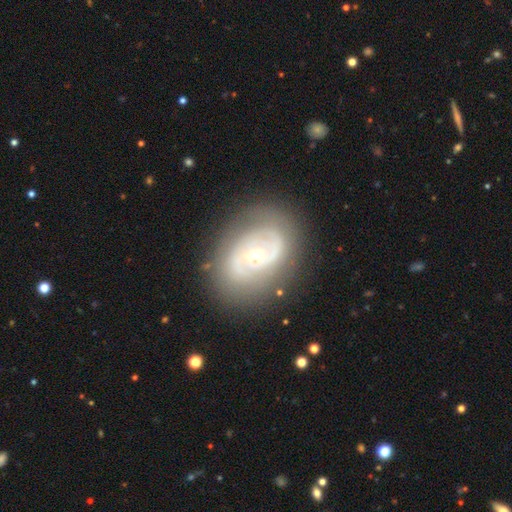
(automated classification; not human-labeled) Smooth or featured?
  - featured or disk: 78% *
  - smooth: 16%
  - star or artifact: 6%
Edge-on disk?
  - no: 96% *
  - yes: 4%
Bar?
  - no: 62% *
  - weak: 29%
  - strong: 9%
Spiral arms?
  - yes: 80% *
  - no: 20%
Spiral winding?
  - tight: 47% *
  - medium: 37%
  - loose: 16%
Spiral arm count?
  - 2: 66% *
  - can't tell: 19%
  - 1: 6%
  - 3: 5%
  - 4: 2%
  - more than 4: 2%
Bulge size?
  - small: 50% *
  - moderate: 45%
  - large: 2%
  - dominant: 1%
  - none: 1%
Merging?
  - none: 78% *
  - minor disturbance: 14%
  - major disturbance: 6%
  - merger: 1%